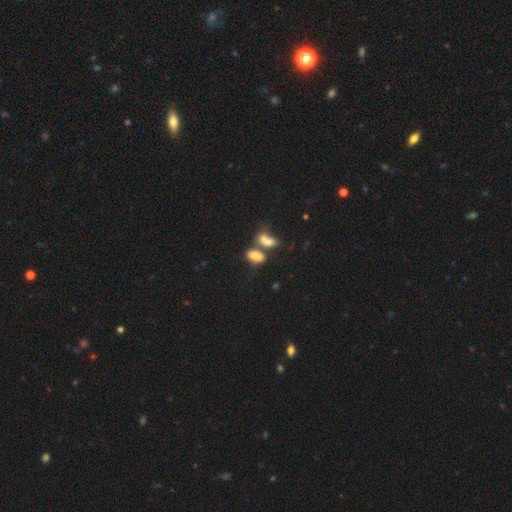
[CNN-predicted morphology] This appears to be a smooth galaxy with no disk features (78%) that is in between round and cigar-shaped (89%). Merging: merger (52%).